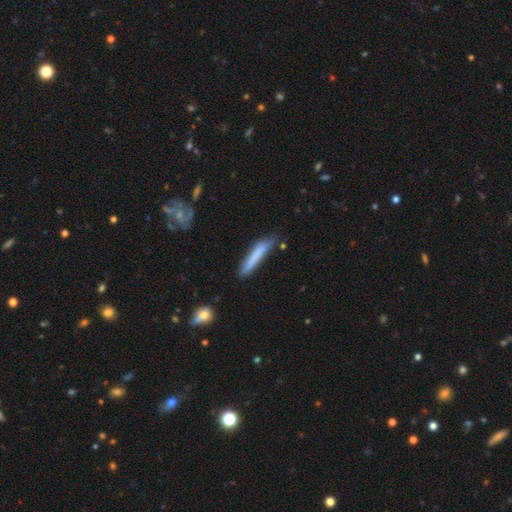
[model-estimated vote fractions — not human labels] Smooth or featured?
  - smooth: 75% *
  - featured or disk: 19%
  - star or artifact: 6%
How rounded?
  - cigar-shaped: 94% *
  - in between: 5%
  - round: 1%
Merging?
  - none: 76% *
  - minor disturbance: 18%
  - major disturbance: 3%
  - merger: 3%